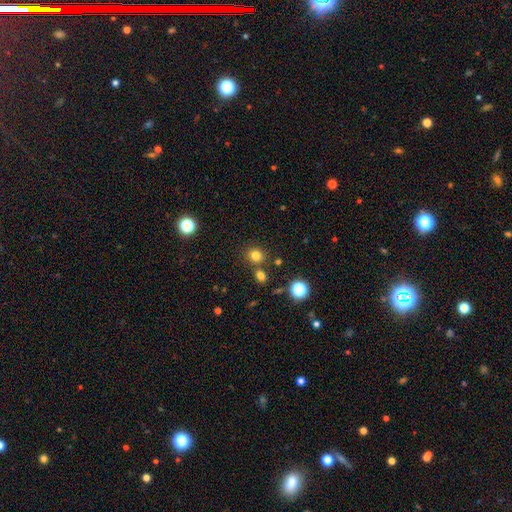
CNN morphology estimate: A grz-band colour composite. It shows a smooth galaxy with no disk features (78%) that is round (81%). Merging: none (76%).